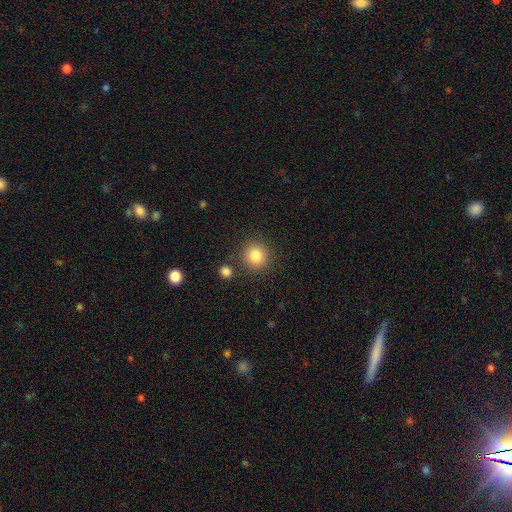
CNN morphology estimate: A smooth galaxy with no disk features (84%) that is round (91%). Merging: none (86%).